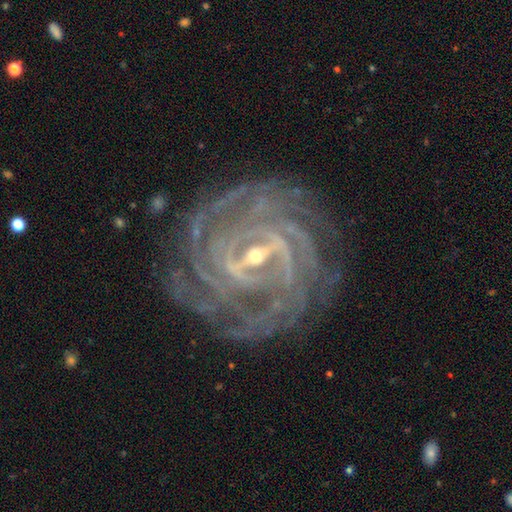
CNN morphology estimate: Overall: featured or disk (91%). Edge-on disk: no (97%). Bar: strong (48%; weak 40%). Spiral arms: yes (98%). Spiral arm count: more than 4 (26%; 4 25%). Spiral winding: tight (84%). Bulge size: small (67%; moderate 29%). Merging: none (82%).